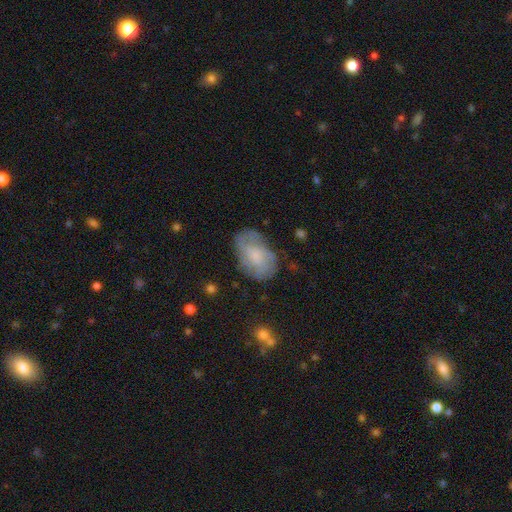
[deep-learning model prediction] A featured or disk galaxy (50%). Merging: none (66%).